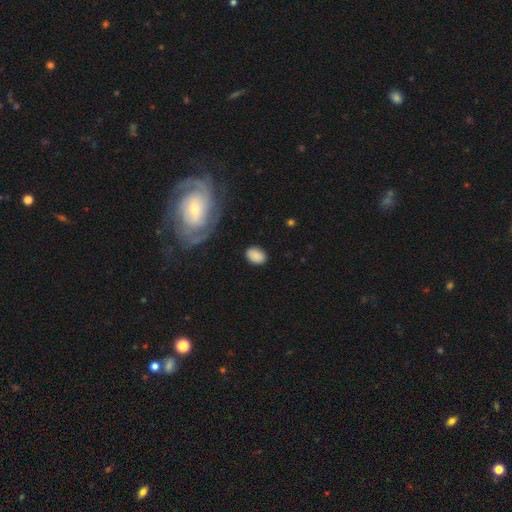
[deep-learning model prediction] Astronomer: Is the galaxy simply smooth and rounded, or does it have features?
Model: smooth — 85%.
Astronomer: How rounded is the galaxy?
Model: in between — 78%.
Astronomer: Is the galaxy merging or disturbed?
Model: none — 81%.